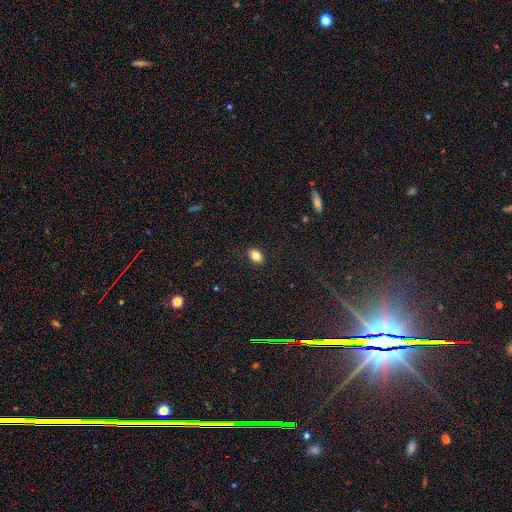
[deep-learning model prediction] Q: Smooth or featured?
A: smooth (83%); runner-up: star or artifact (9%)
Q: How rounded?
A: in between (80%); runner-up: round (19%)
Q: Merging?
A: none (88%); runner-up: minor disturbance (9%)